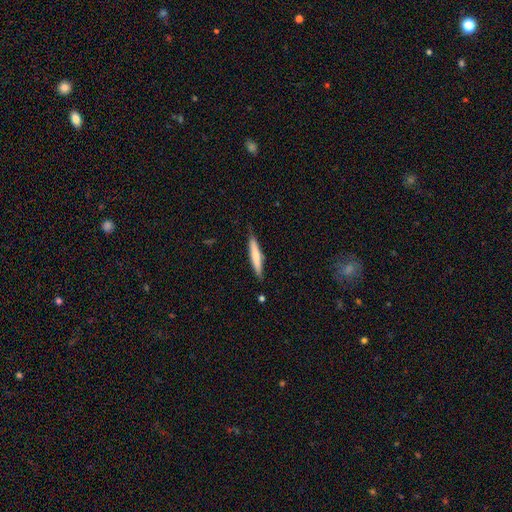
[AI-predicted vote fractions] A smooth galaxy with no disk features (64%) that is cigar-shaped (92%).

Vote fractions:
- Smooth or featured? smooth: 64% / featured or disk: 30% / star or artifact: 5%
- How rounded? cigar-shaped: 92% / in between: 7% / round: 1%
- Merging? none: 84% / minor disturbance: 13% / major disturbance: 2% / merger: 1%